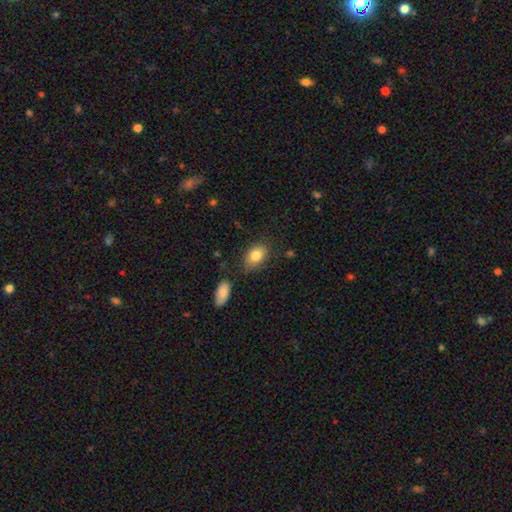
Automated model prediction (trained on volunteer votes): Smooth or featured? smooth (81%)
How rounded? in between (84%)
Merging? none (73%)